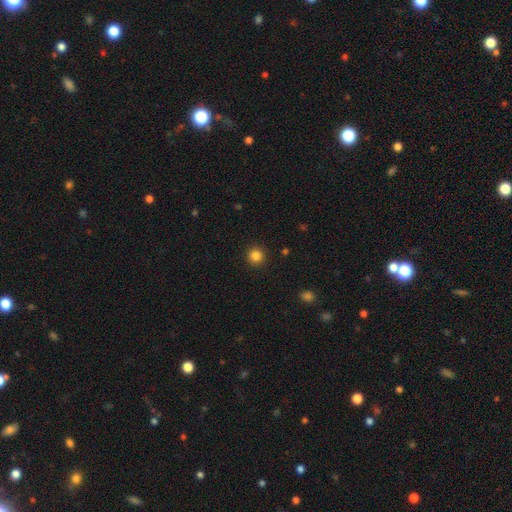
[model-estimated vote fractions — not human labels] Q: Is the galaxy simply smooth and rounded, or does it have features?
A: smooth — 84%.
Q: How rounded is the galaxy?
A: round — 95%.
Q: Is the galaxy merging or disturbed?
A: none — 92%.